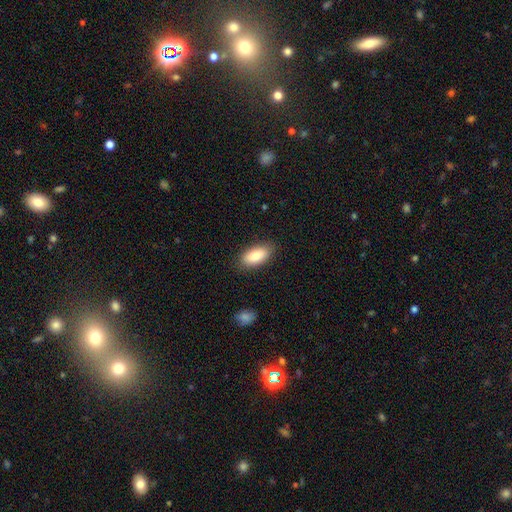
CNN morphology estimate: A smooth galaxy with no disk features (85%) that is in between round and cigar-shaped (89%).

Vote fractions:
- Smooth or featured? smooth: 85% / featured or disk: 9% / star or artifact: 6%
- How rounded? in between: 89% / cigar-shaped: 9% / round: 3%
- Merging? none: 86% / minor disturbance: 10% / major disturbance: 2% / merger: 1%